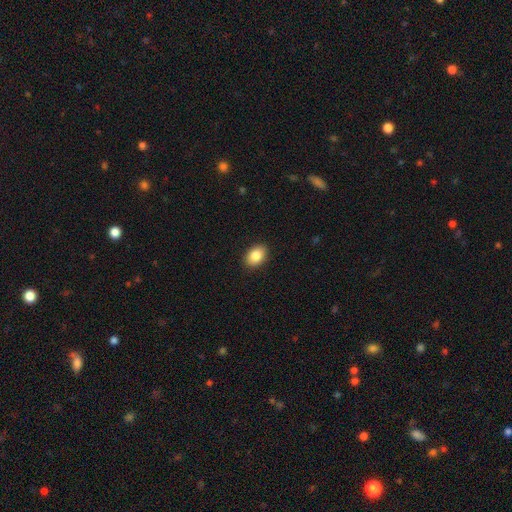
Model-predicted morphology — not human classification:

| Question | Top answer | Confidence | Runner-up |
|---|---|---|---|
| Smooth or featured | smooth | 86% | star or artifact (8%) |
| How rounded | in between | 79% | round (20%) |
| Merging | none | 90% | minor disturbance (7%) |